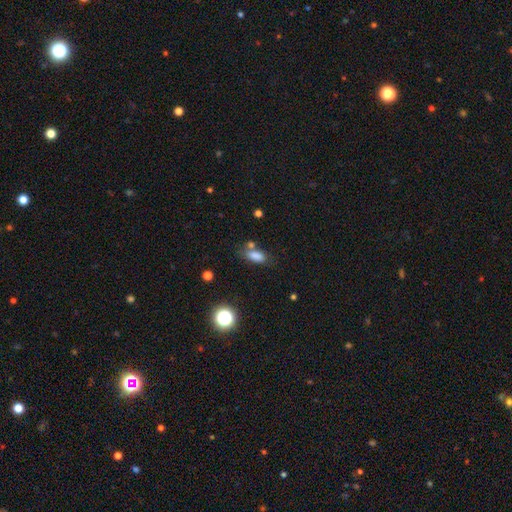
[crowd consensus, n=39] smooth 85%, featured or disk 8%, star or artifact 8%. Down the decision tree: how rounded — in between (88%); merging — none (61%).